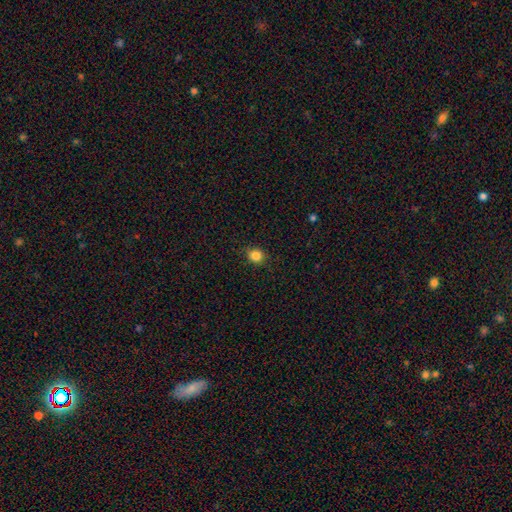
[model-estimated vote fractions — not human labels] smooth-or-featured: smooth: 84% | star or artifact: 11% | featured or disk: 4%
  how-rounded: round: 82% | in between: 17% | cigar-shaped: 1%
  merging: none: 87% | minor disturbance: 10% | major disturbance: 2% | merger: 1%